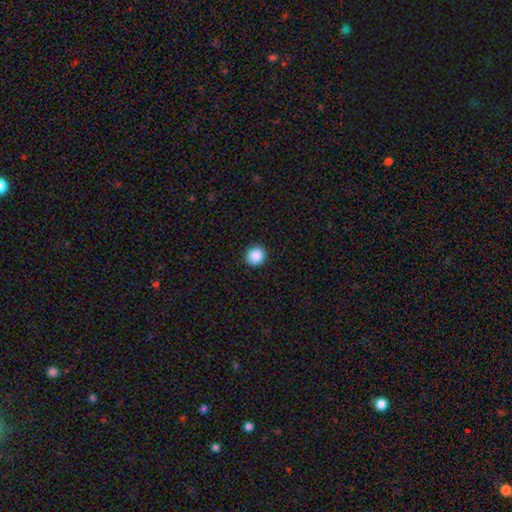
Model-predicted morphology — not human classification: smooth 89%, star or artifact 9%, featured or disk 3%. Down the decision tree: how rounded — round (90%); merging — none (92%).